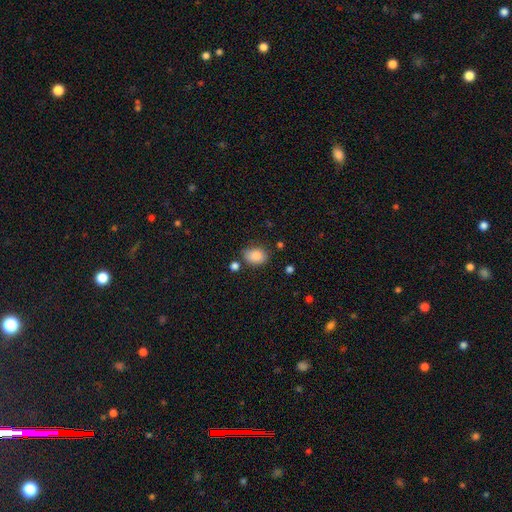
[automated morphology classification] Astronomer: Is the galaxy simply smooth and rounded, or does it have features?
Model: smooth — 86%.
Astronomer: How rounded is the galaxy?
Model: in between — 75%.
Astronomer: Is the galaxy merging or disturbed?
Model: none — 70%.